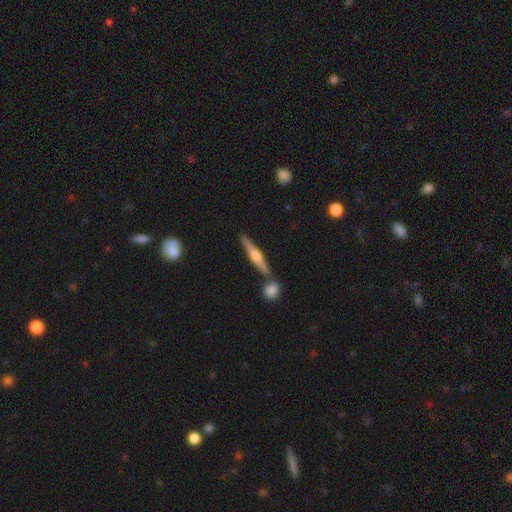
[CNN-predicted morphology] smooth_or_featured: featured or disk (p=0.65) [alt: smooth p=0.29]
disk_edge_on: yes (p=0.97) [alt: no p=0.03]
edge_on_bulge: rounded (p=0.87) [alt: boxy p=0.08]
merging: none (p=0.80) [alt: merger p=0.09]